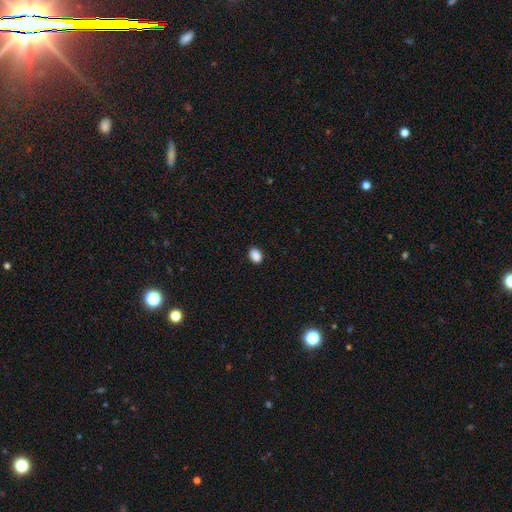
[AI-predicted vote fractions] Q: Smooth or featured?
A: smooth (89%); runner-up: star or artifact (8%)
Q: How rounded?
A: in between (83%); runner-up: round (16%)
Q: Merging?
A: none (89%); runner-up: minor disturbance (8%)